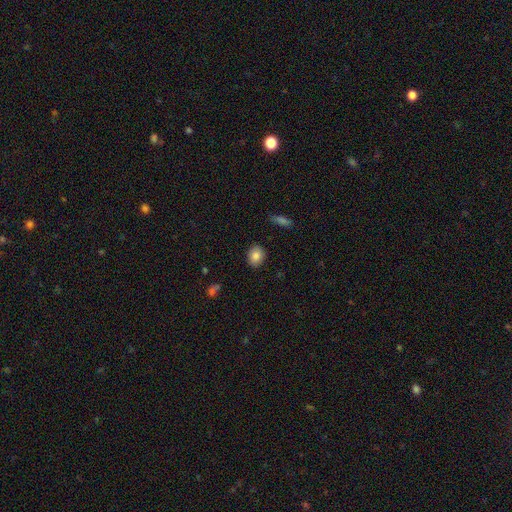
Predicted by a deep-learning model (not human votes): Overall: smooth (85%). How rounded: in between (50%; round 49%). Merging: none (88%).